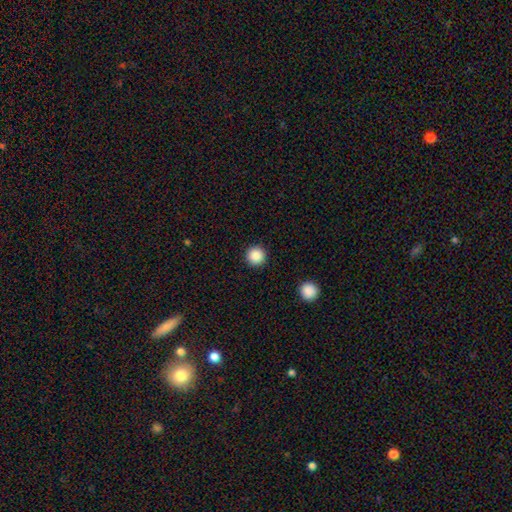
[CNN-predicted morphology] smooth 87%, star or artifact 10%, featured or disk 3%. Down the decision tree: how rounded — round (97%); merging — none (93%).